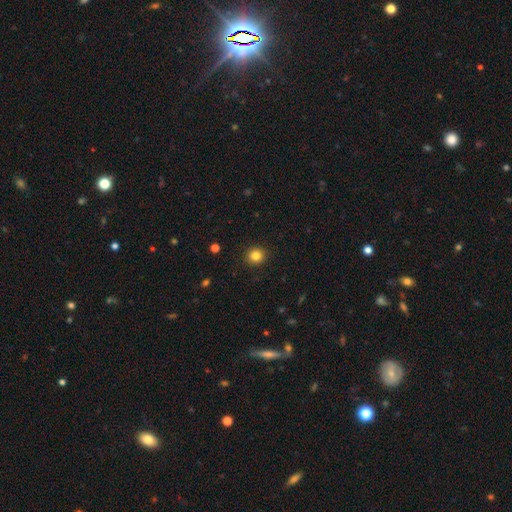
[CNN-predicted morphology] type=smooth (83%); roundness=round (93%); merging=none (92%).